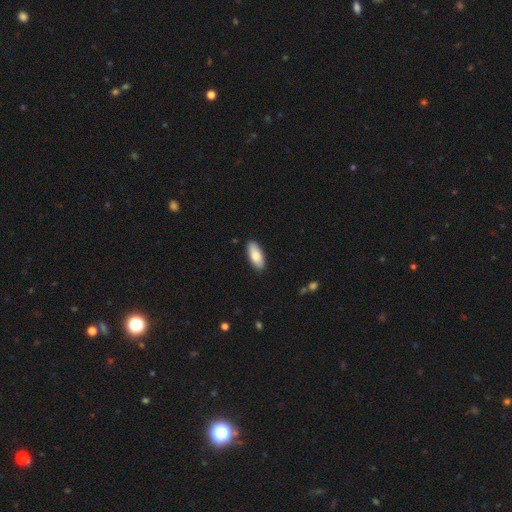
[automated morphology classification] Smooth or featured: smooth — 81% (featured or disk — 14%)
How rounded: in between — 84% (cigar-shaped — 14%)
Merging: none — 88% (minor disturbance — 9%)